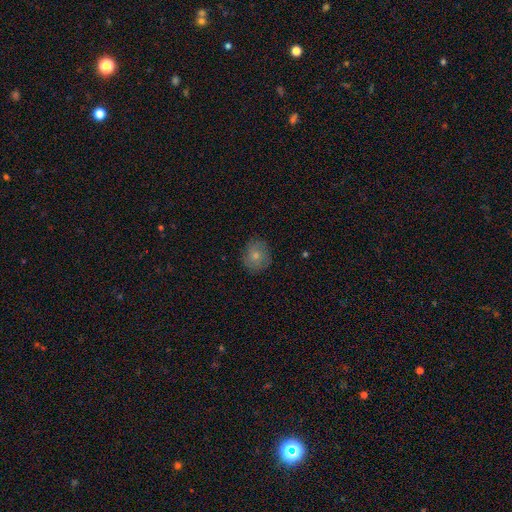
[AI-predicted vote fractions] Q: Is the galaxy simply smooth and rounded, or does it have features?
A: smooth — 72%.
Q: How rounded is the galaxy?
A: round — 78%.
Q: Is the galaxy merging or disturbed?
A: none — 80%.